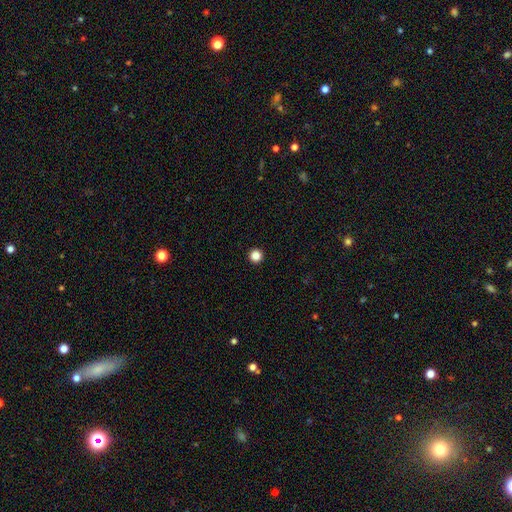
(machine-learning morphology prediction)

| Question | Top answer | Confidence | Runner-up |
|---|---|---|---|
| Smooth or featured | smooth | 85% | star or artifact (12%) |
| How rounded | round | 97% | in between (2%) |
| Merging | none | 95% | minor disturbance (3%) |